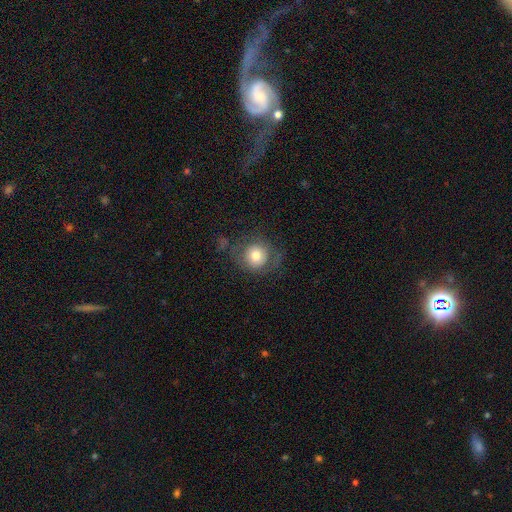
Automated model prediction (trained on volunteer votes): Overall: smooth (70%). How rounded: round (88%). Merging: none (62%).